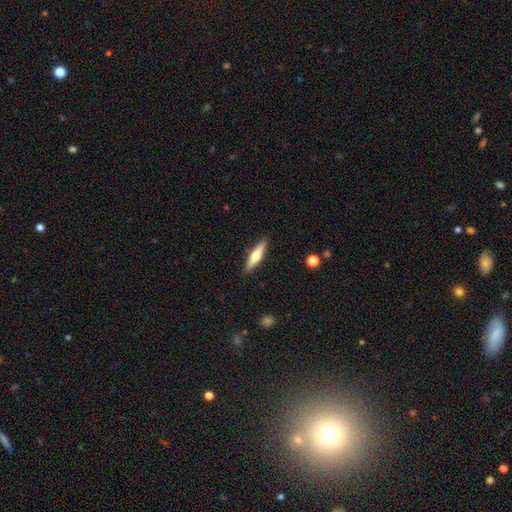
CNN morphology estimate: Overall: smooth (56%; featured or disk 38%). How rounded: cigar-shaped (78%). Merging: none (89%).